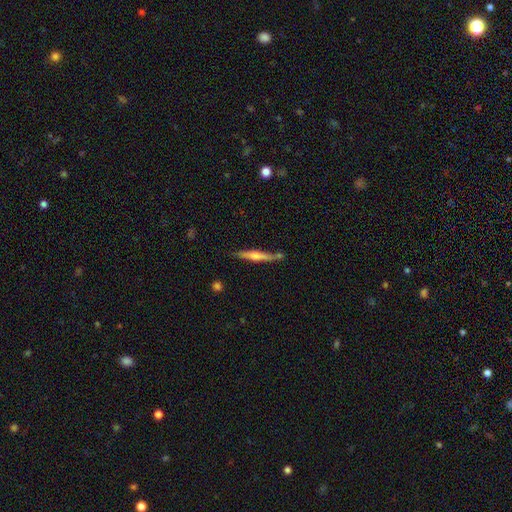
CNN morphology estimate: The model was most divided on "smooth or featured": featured or disk: 55%, smooth: 39%, star or artifact: 6%. More confident: edge-on disk — yes (96%); merging — none (76%); edge-on bulge — rounded (75%).